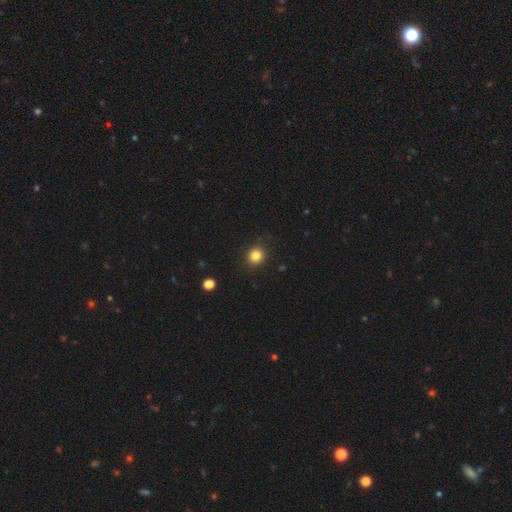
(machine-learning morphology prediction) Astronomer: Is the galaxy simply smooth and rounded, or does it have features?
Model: smooth — 84%.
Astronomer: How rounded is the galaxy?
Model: round — 87%.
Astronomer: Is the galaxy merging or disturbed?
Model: none — 91%.